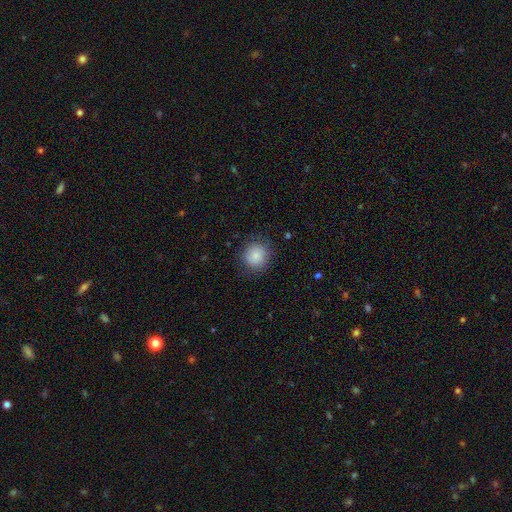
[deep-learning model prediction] Overall: smooth (85%). How rounded: round (90%). Merging: none (83%).